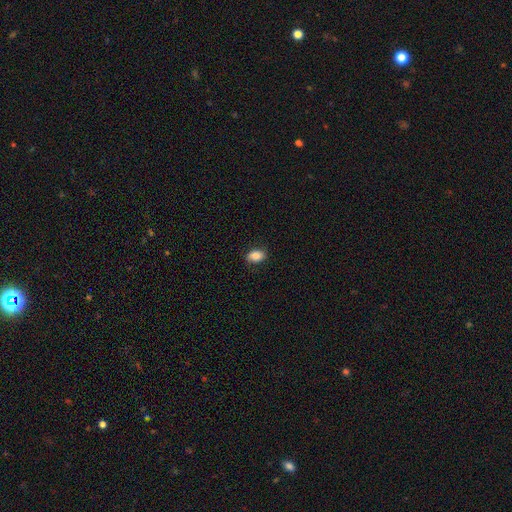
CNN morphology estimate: A smooth galaxy with no disk features (84%) that is in between round and cigar-shaped (82%).

Vote fractions:
- Smooth or featured? smooth: 84% / star or artifact: 8% / featured or disk: 7%
- How rounded? in between: 82% / round: 16% / cigar-shaped: 1%
- Merging? none: 85% / minor disturbance: 11% / major disturbance: 2% / merger: 1%